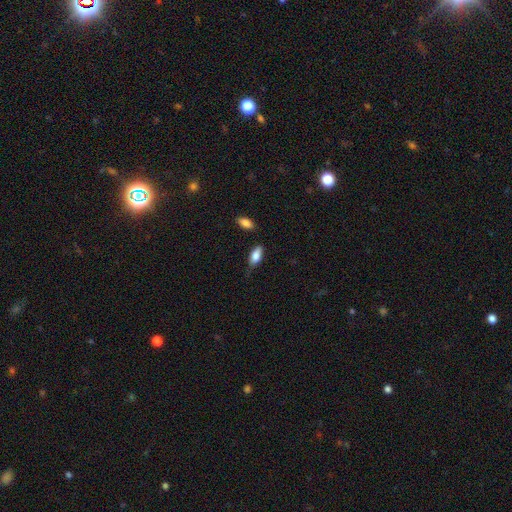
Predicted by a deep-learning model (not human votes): This appears to be a smooth galaxy with no disk features (81%) that is in between round and cigar-shaped (85%). Merging: none (59%).